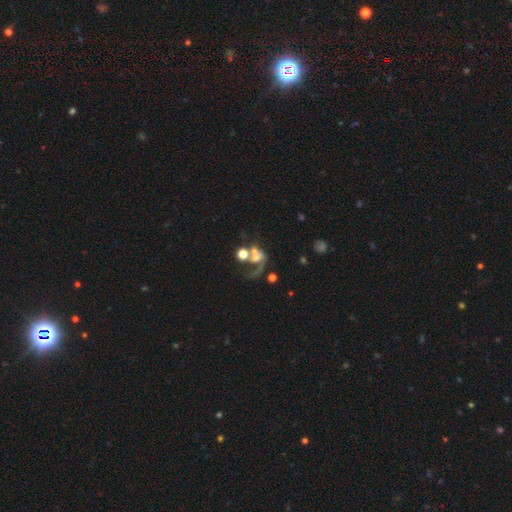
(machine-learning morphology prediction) The model was most divided on "merging": merger: 41%, major disturbance: 31%, none: 19%, minor disturbance: 9%. Remaining: smooth or featured — featured or disk (49%).